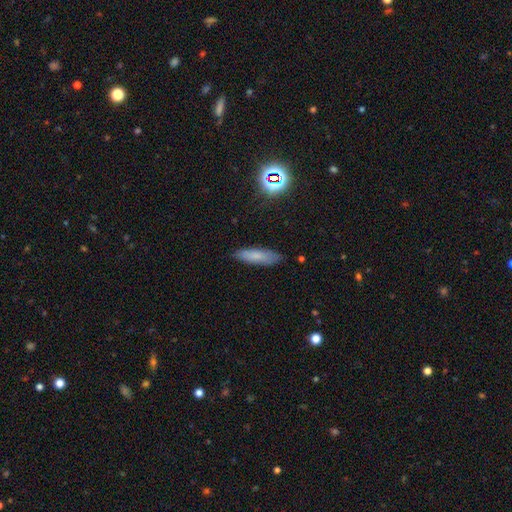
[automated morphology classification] Smooth or featured? Predicted: smooth (p=0.74). How rounded? Predicted: cigar-shaped (p=0.63). Merging? Predicted: none (p=0.83).